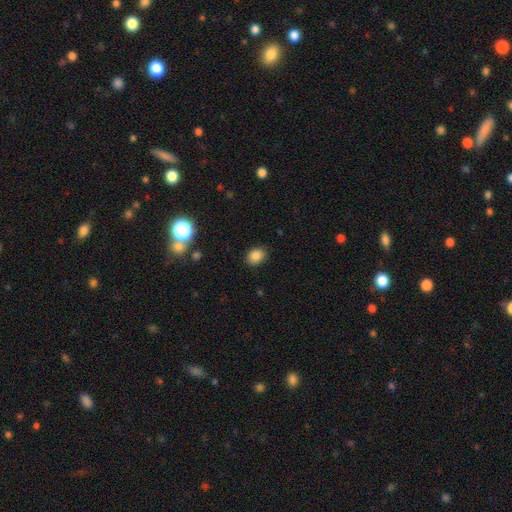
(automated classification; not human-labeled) smooth-or-featured: smooth: 83% | star or artifact: 12% | featured or disk: 5%
  how-rounded: in between: 50% | round: 49% | cigar-shaped: 1%
  merging: none: 83% | minor disturbance: 13% | major disturbance: 3% | merger: 1%